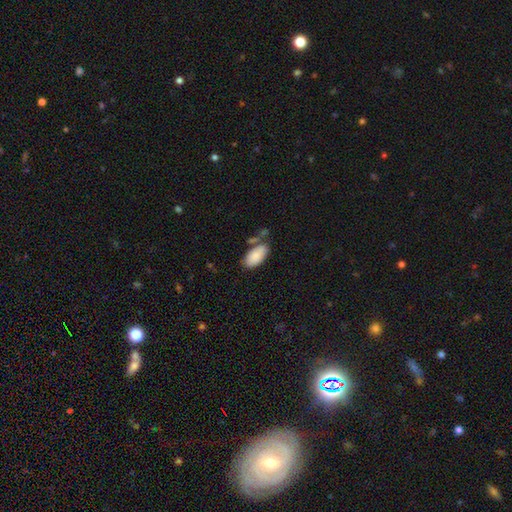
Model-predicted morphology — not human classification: smooth_or_featured: smooth (p=0.86) [alt: featured or disk p=0.08]
how_rounded: in between (p=0.94) [alt: cigar-shaped p=0.04]
merging: none (p=0.60) [alt: minor disturbance p=0.19]